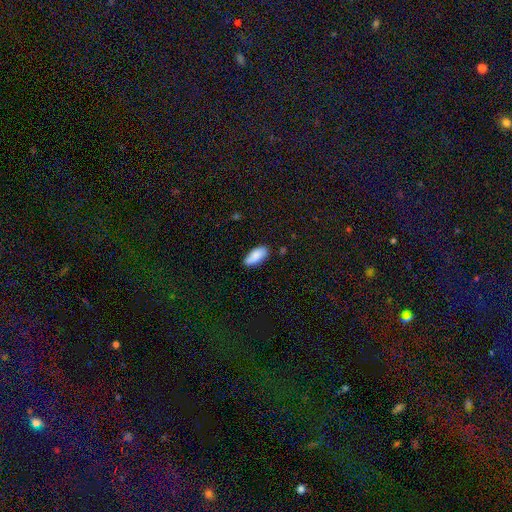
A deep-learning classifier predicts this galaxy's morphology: Q: Smooth or featured?
A: smooth (85%); runner-up: featured or disk (8%)
Q: How rounded?
A: in between (87%); runner-up: cigar-shaped (11%)
Q: Merging?
A: none (80%); runner-up: minor disturbance (16%)